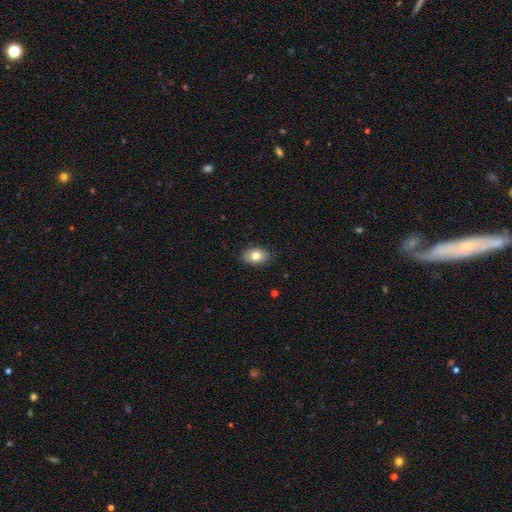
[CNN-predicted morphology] Q: Smooth or featured?
A: smooth (79%); runner-up: featured or disk (13%)
Q: How rounded?
A: in between (82%); runner-up: round (17%)
Q: Merging?
A: none (85%); runner-up: minor disturbance (12%)